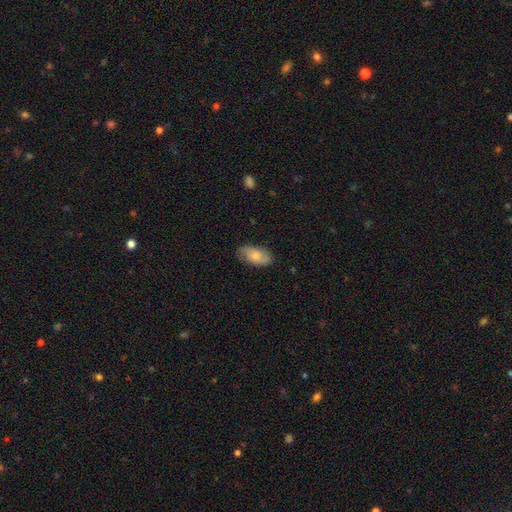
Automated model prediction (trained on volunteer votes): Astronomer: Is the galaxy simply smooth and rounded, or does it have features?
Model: smooth — 66%.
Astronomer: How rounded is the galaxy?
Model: in between — 93%.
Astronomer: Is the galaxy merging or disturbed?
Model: none — 79%.